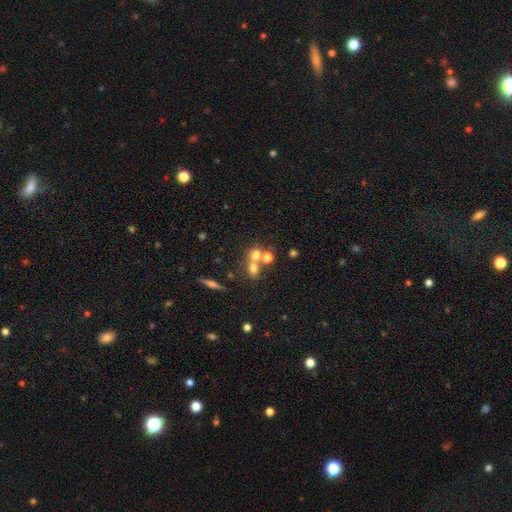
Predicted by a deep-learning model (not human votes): smooth_or_featured: smooth (p=0.61) [alt: featured or disk p=0.22]
how_rounded: round (p=0.64) [alt: in between p=0.33]
merging: merger (p=0.52) [alt: none p=0.36]